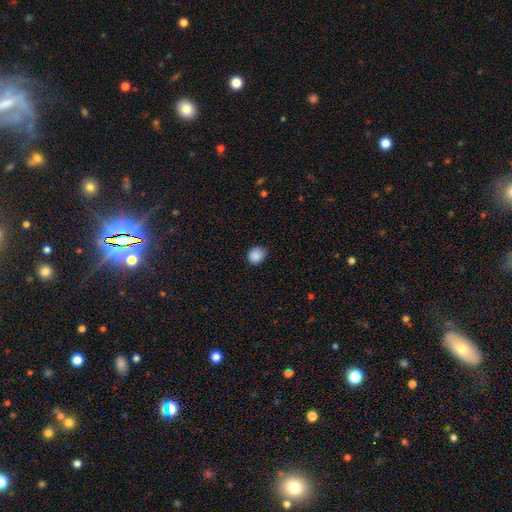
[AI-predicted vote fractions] Overall: smooth (88%). How rounded: round (70%). Merging: none (73%).